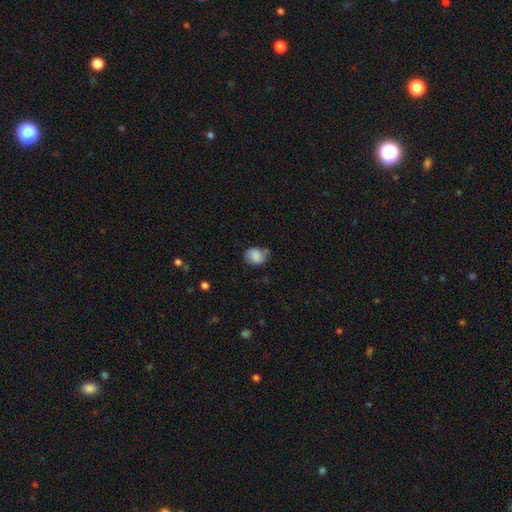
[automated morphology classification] Smooth or featured? Predicted: smooth (p=0.81). How rounded? Predicted: round (p=0.53). Merging? Predicted: none (p=0.58).